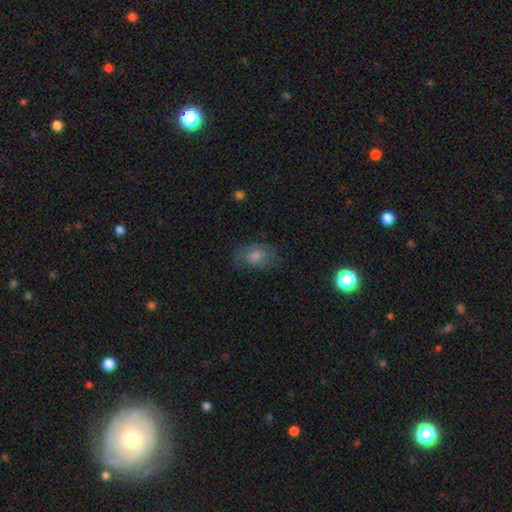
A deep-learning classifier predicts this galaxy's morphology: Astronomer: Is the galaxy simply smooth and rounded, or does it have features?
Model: smooth — 59%.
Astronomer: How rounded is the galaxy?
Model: in between — 71%.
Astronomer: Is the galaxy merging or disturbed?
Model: none — 72%.